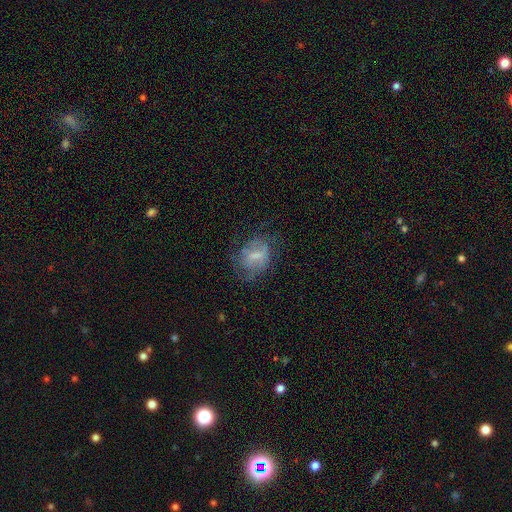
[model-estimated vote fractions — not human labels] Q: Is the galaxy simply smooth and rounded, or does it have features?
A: featured or disk — 48%.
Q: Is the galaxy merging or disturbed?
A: none — 53%.